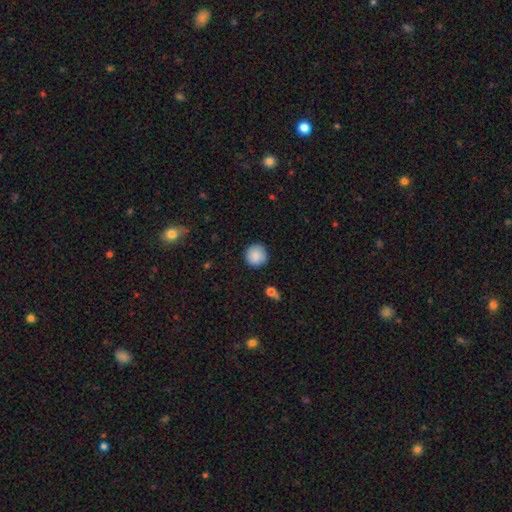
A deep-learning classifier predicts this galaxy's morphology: This is clearly a smooth galaxy (87%). How rounded: clearly round (95%). Merging: clearly none (89%).